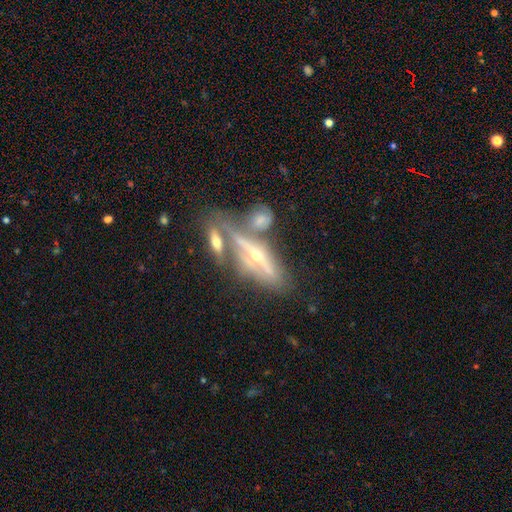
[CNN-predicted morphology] smooth-or-featured: featured or disk: 74% | smooth: 17% | star or artifact: 9%
  disk-edge-on: yes: 77% | no: 23%
    edge-on-bulge: rounded: 88% | none: 8% | boxy: 4%
  merging: none: 44% | merger: 35% | minor disturbance: 14% | major disturbance: 7%